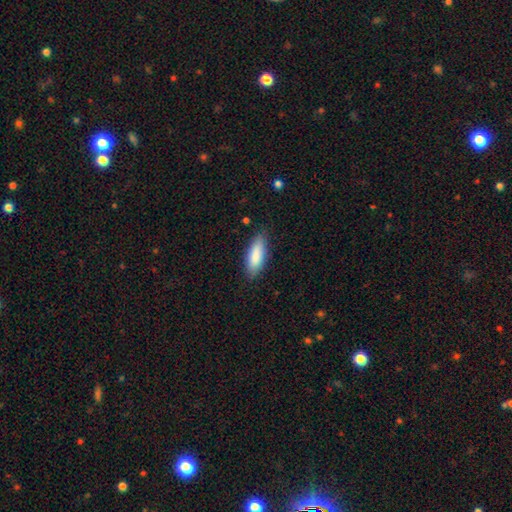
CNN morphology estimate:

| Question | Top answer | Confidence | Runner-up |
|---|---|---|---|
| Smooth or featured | smooth | 85% | featured or disk (9%) |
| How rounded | in between | 69% | cigar-shaped (29%) |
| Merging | none | 80% | minor disturbance (16%) |